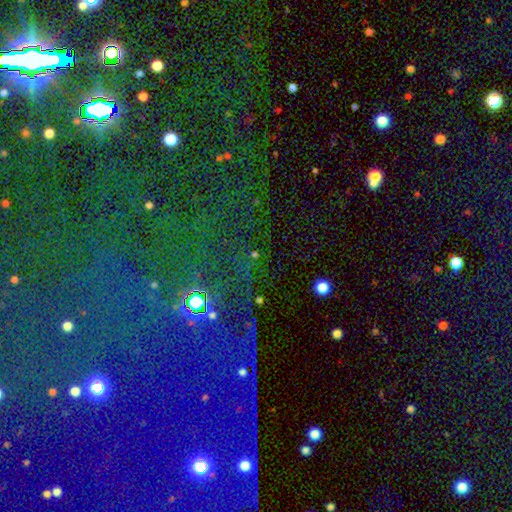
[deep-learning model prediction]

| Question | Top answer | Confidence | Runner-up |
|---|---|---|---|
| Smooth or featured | star or artifact | 74% | smooth (16%) |